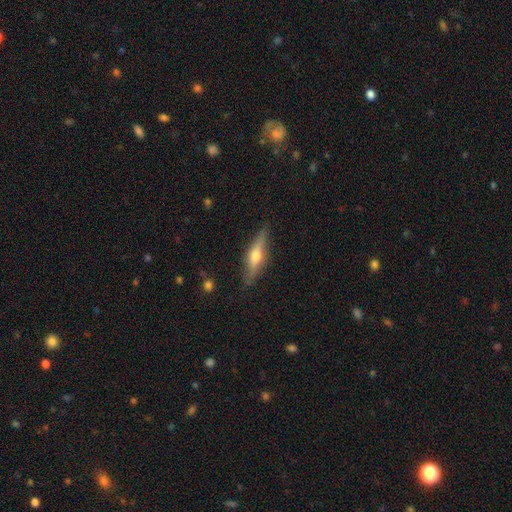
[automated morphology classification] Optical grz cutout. It shows a featured or disk galaxy (66%) viewed edge-on (96%) with a rounded central bulge (93%). Merging: none (87%).